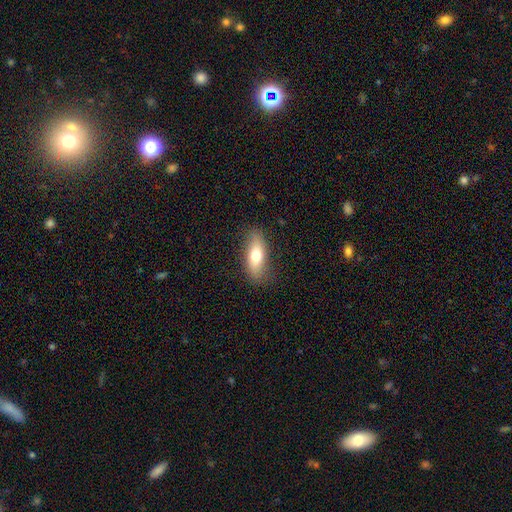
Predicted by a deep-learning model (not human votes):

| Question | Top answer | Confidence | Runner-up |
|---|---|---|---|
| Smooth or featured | smooth | 64% | featured or disk (29%) |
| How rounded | in between | 65% | cigar-shaped (30%) |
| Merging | none | 83% | minor disturbance (13%) |